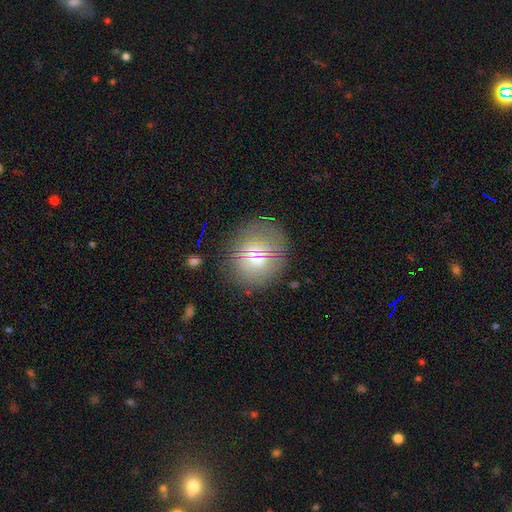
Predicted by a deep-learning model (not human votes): Smooth or featured? smooth (62%)
How rounded? round (80%)
Merging? none (82%)